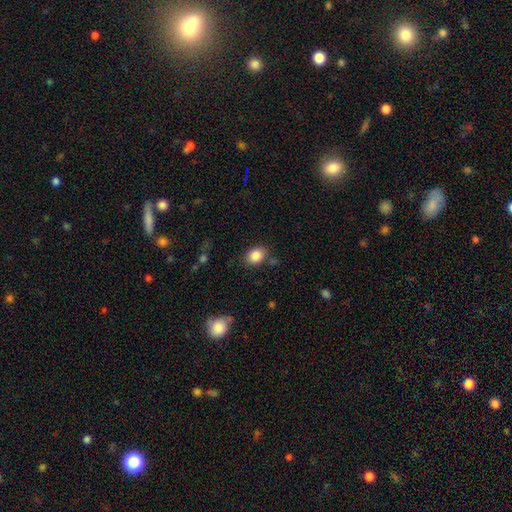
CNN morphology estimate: This appears to be a smooth galaxy with no disk features (85%) that is in between round and cigar-shaped (57%). Merging: none (78%).